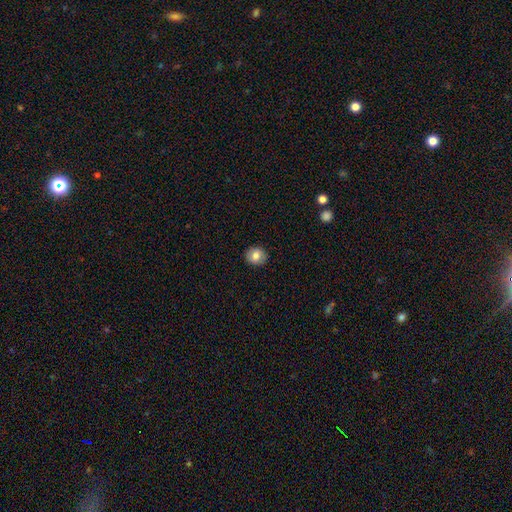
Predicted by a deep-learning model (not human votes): smooth_or_featured: smooth (p=0.80) [alt: featured or disk p=0.11]
how_rounded: round (p=0.85) [alt: in between p=0.15]
merging: none (p=0.91) [alt: minor disturbance p=0.06]